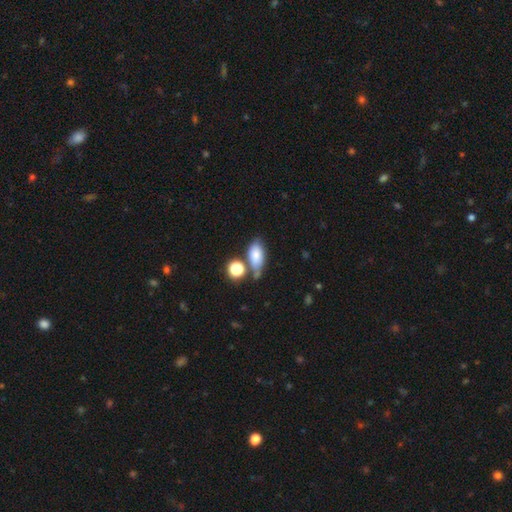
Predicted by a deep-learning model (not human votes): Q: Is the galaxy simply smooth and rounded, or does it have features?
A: smooth — 78%.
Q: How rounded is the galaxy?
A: in between — 85%.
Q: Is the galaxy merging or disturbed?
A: none — 53%.